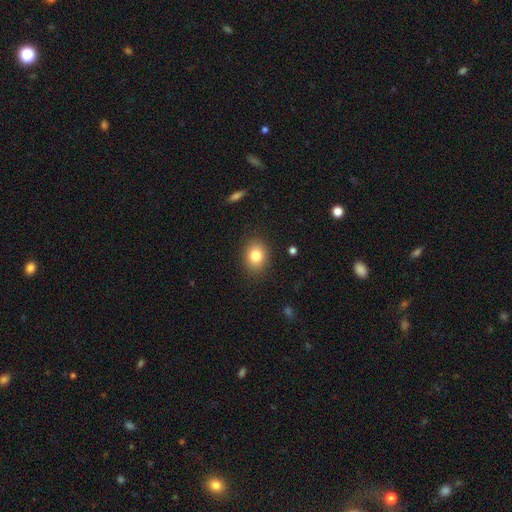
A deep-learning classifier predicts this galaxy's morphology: Smooth or featured? smooth (82%)
How rounded? in between (51%)
Merging? none (87%)